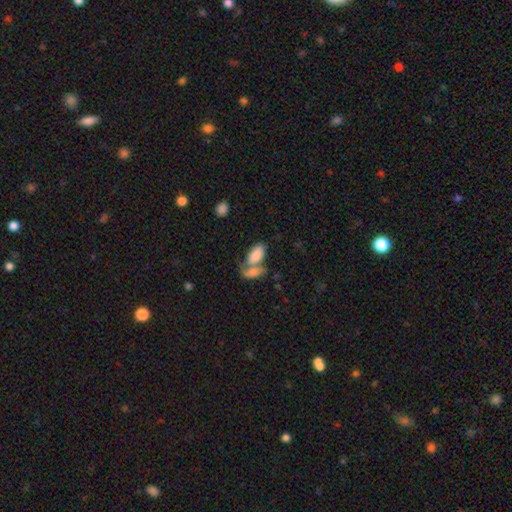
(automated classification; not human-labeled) smooth-or-featured: smooth: 82% | featured or disk: 11% | star or artifact: 7%
  how-rounded: in between: 93% | cigar-shaped: 4% | round: 3%
  merging: merger: 58% | none: 27% | minor disturbance: 8% | major disturbance: 6%